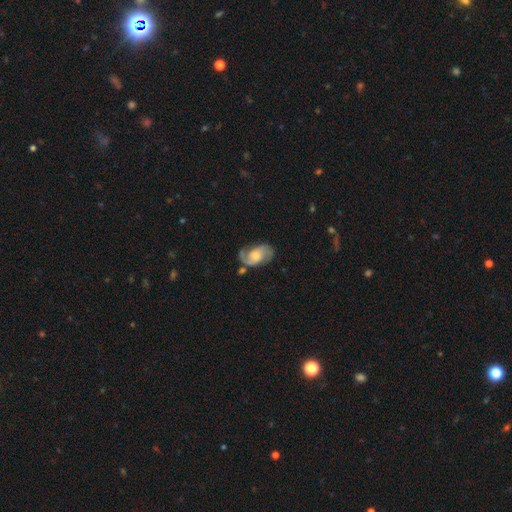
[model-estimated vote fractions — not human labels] Smooth or featured?
  - featured or disk: 78% *
  - smooth: 16%
  - star or artifact: 6%
Edge-on disk?
  - no: 97% *
  - yes: 3%
Bar?
  - no: 58% *
  - weak: 35%
  - strong: 7%
Spiral arms?
  - yes: 94% *
  - no: 6%
Spiral winding?
  - medium: 48% *
  - loose: 28%
  - tight: 24%
Spiral arm count?
  - 2: 84% *
  - can't tell: 6%
  - 1: 6%
  - 3: 2%
  - 4: 1%
  - more than 4: 1%
Bulge size?
  - moderate: 47% *
  - small: 37%
  - large: 8%
  - none: 6%
  - dominant: 2%
Merging?
  - none: 61% *
  - minor disturbance: 21%
  - major disturbance: 11%
  - merger: 6%